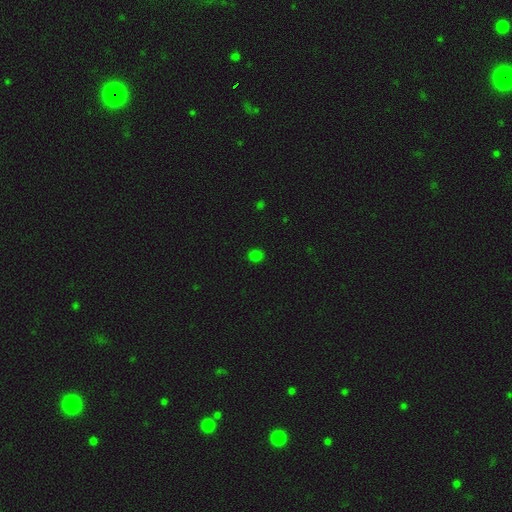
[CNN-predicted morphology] Smooth or featured?
  - smooth: 80% *
  - star or artifact: 17%
  - featured or disk: 3%
How rounded?
  - round: 81% *
  - in between: 18%
  - cigar-shaped: 1%
Merging?
  - none: 90% *
  - minor disturbance: 7%
  - major disturbance: 2%
  - merger: 1%